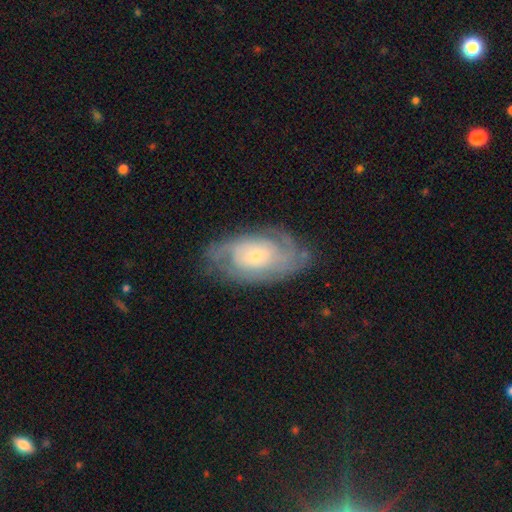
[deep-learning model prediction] A featured or disk galaxy (79%) with no bar (76%), tight (62%) spiral arms (90%) and a small central bulge (68%).

Vote fractions:
- Smooth or featured? featured or disk: 79% / smooth: 15% / star or artifact: 6%
- Edge-on disk? no: 95% / yes: 5%
- Bar? no: 76% / weak: 19% / strong: 4%
- Spiral arms? yes: 90% / no: 10%
- Spiral winding? tight: 62% / medium: 30% / loose: 8%
- Spiral arm count? can't tell: 37% / 2: 32% / 3: 16% / 4: 7% / 1: 5% / more than 4: 4%
- Bulge size? small: 68% / moderate: 27% / large: 3% / none: 1% / dominant: 1%
- Merging? none: 73% / minor disturbance: 18% / major disturbance: 8% / merger: 1%